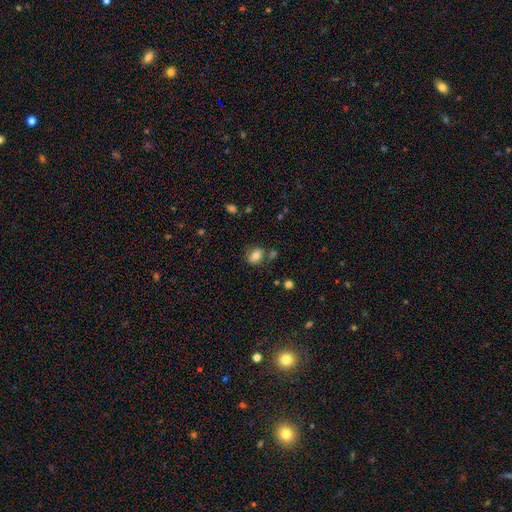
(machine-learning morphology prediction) smooth_or_featured: smooth (p=0.78) [alt: featured or disk p=0.12]
how_rounded: in between (p=0.61) [alt: round p=0.38]
merging: none (p=0.67) [alt: minor disturbance p=0.16]